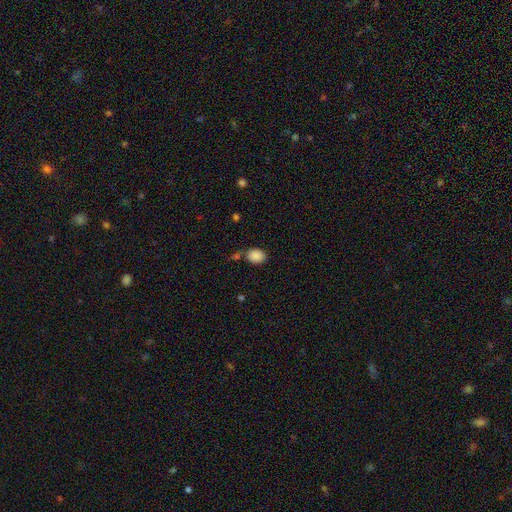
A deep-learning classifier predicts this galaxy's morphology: Smooth or featured: smooth — 88% (star or artifact — 8%)
How rounded: in between — 72% (round — 27%)
Merging: none — 66% (minor disturbance — 17%)